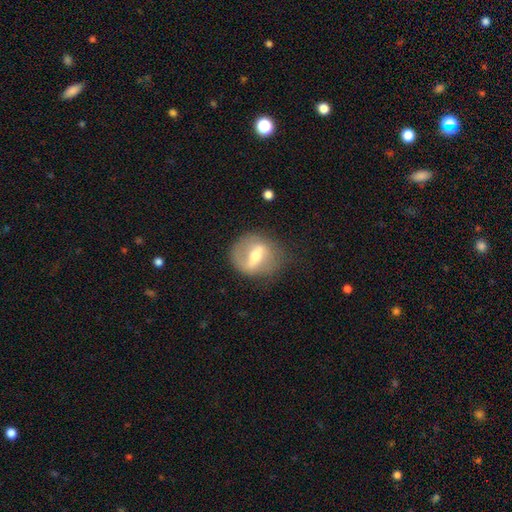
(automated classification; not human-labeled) Q: Smooth or featured?
A: featured or disk (67%); runner-up: smooth (26%)
Q: Edge-on disk?
A: no (89%); runner-up: yes (11%)
Q: Bar?
A: strong (55%); runner-up: weak (34%)
Q: Spiral arms?
A: yes (52%); runner-up: no (48%)
Q: Bulge size?
A: moderate (65%); runner-up: small (25%)
Q: Merging?
A: none (70%); runner-up: minor disturbance (18%)